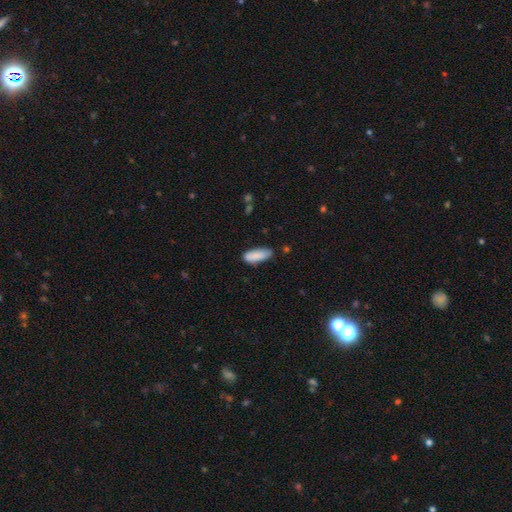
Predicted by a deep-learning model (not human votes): This appears to be a smooth galaxy with no disk features (88%) that is in between round and cigar-shaped (70%). Merging: none (75%).